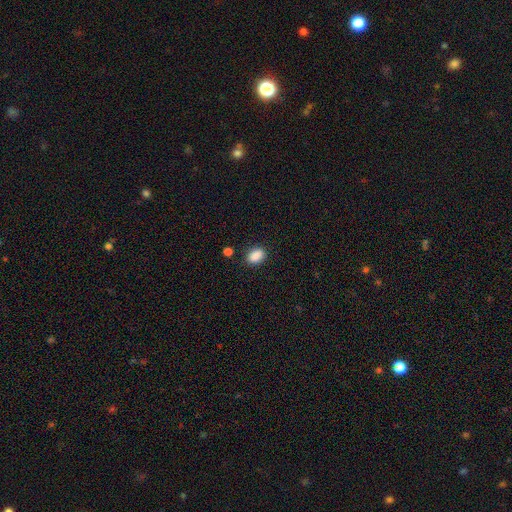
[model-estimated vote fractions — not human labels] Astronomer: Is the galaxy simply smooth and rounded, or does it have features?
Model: smooth — 88%.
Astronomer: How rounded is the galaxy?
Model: in between — 83%.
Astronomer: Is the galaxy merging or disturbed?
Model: none — 83%.